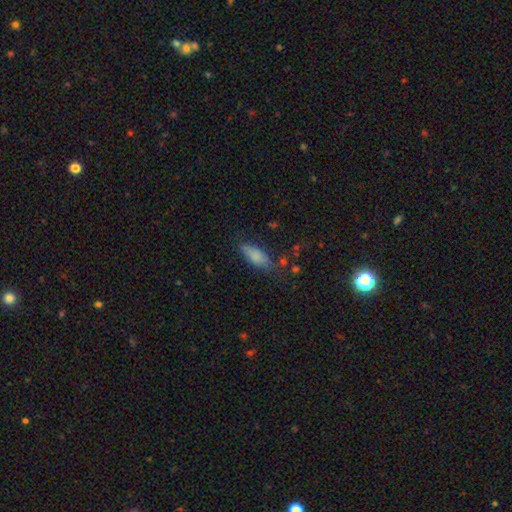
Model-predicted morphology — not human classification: smooth-or-featured: smooth: 80% | featured or disk: 12% | star or artifact: 8%
  how-rounded: in between: 75% | cigar-shaped: 23% | round: 2%
  merging: none: 62% | minor disturbance: 25% | major disturbance: 9% | merger: 4%